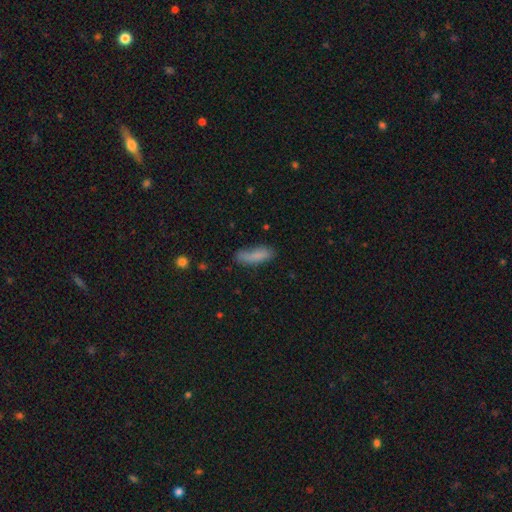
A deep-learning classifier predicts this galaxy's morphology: Smooth or featured: smooth — 81% (featured or disk — 11%)
How rounded: cigar-shaped — 49% (tied with in between — 49%)
Merging: none — 60% (minor disturbance — 27%)